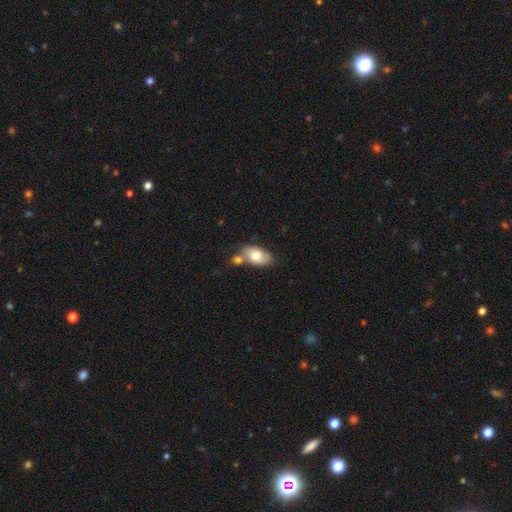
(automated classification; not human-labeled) Overall: smooth (73%). How rounded: in between (90%). Merging: none (47%; merger 33%).